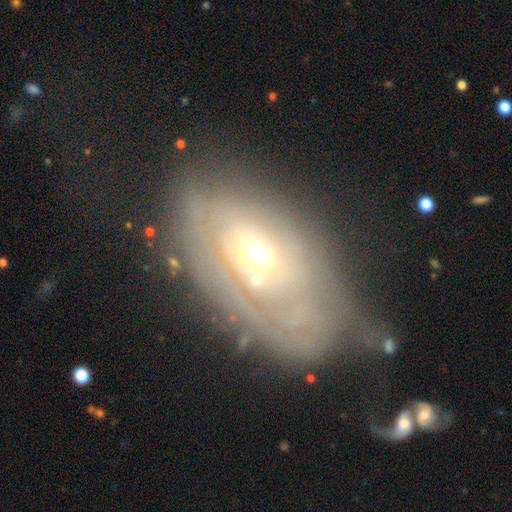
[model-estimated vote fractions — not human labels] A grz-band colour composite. It shows a featured or disk galaxy (66%) with no bar (81%), no spiral arms (52%) and a moderate central bulge (63%). Merging: none (43%).